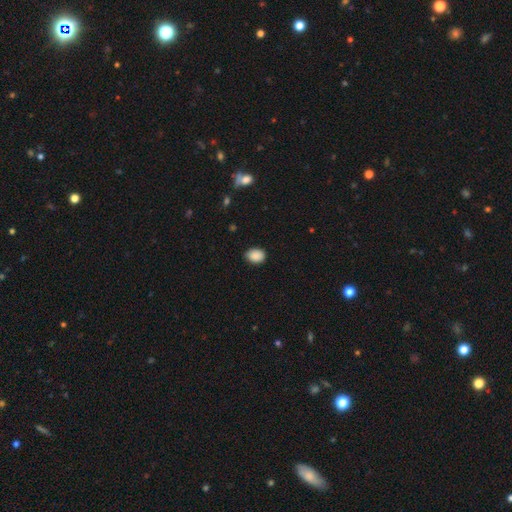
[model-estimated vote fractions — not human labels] Smooth or featured? smooth (89%)
How rounded? in between (71%)
Merging? none (85%)